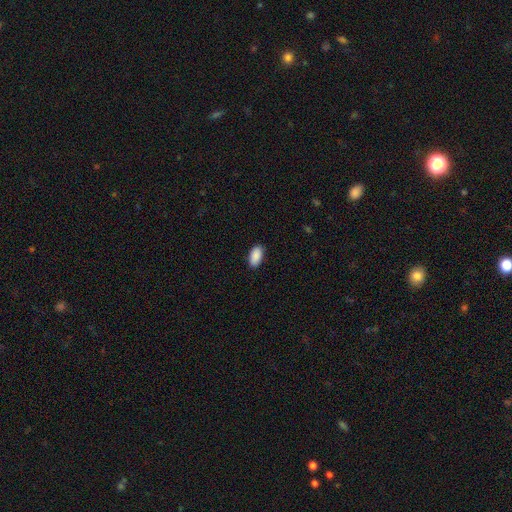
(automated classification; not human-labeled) A smooth galaxy with no disk features (91%) that is in between round and cigar-shaped (95%).

Vote fractions:
- Smooth or featured? smooth: 91% / star or artifact: 6% / featured or disk: 3%
- How rounded? in between: 95% / cigar-shaped: 3% / round: 2%
- Merging? none: 88% / minor disturbance: 9% / major disturbance: 2% / merger: 1%